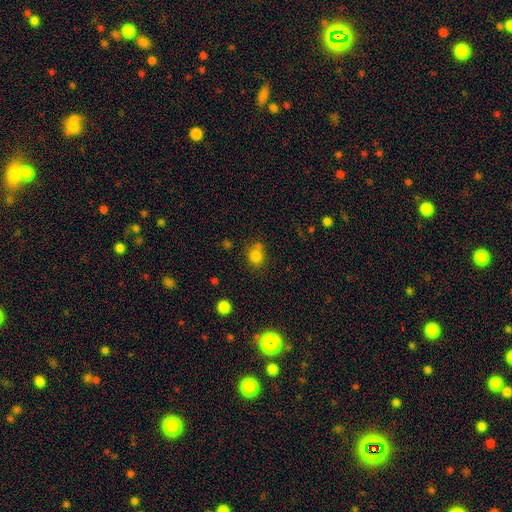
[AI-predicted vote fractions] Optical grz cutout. It shows a smooth galaxy with no disk features (80%) that is round (73%). Merging: none (61%).